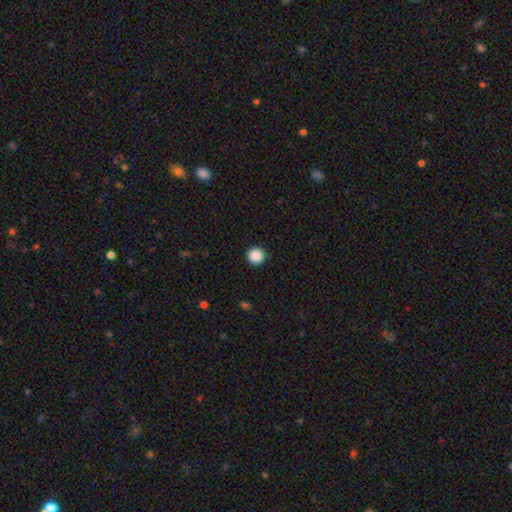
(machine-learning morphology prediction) Smooth or featured? Predicted: smooth (p=0.88). How rounded? Predicted: round (p=0.96). Merging? Predicted: none (p=0.92).